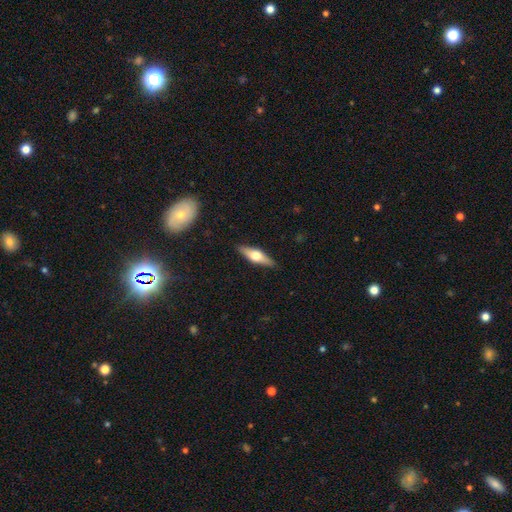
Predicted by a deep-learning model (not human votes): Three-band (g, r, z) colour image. It shows a featured or disk galaxy (58%) viewed edge-on (94%) with a rounded central bulge (95%). Merging: none (89%).